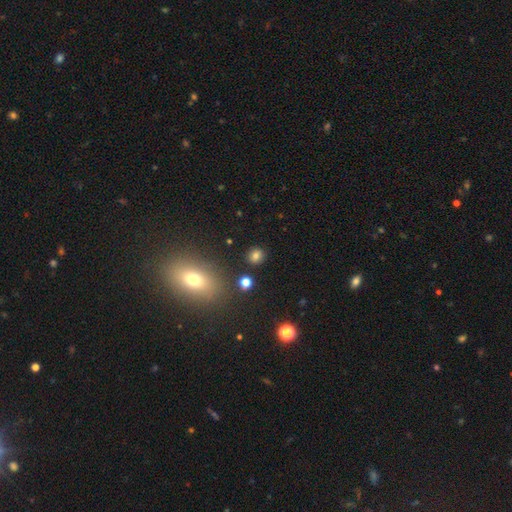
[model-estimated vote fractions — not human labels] smooth-or-featured: smooth: 78% | star or artifact: 15% | featured or disk: 6%
  how-rounded: round: 80% | in between: 19% | cigar-shaped: 1%
  merging: none: 87% | minor disturbance: 7% | merger: 3% | major disturbance: 2%